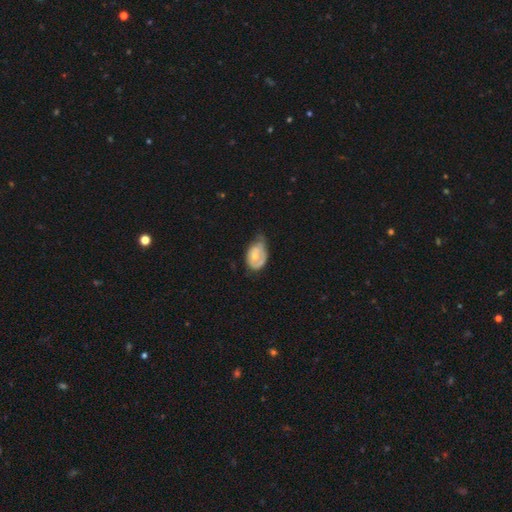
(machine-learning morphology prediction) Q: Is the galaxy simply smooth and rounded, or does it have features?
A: smooth — 47%.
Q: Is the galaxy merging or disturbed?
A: minor disturbance — 43%.